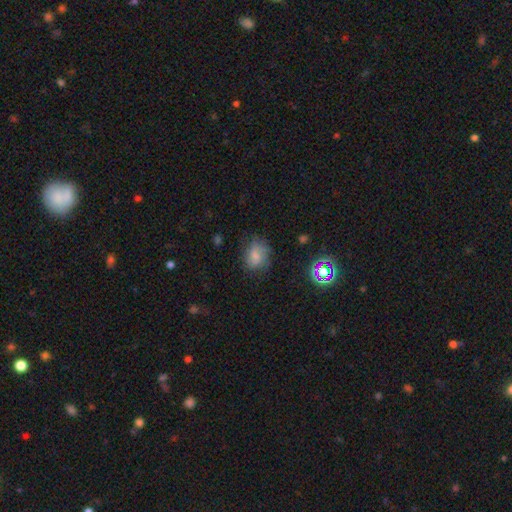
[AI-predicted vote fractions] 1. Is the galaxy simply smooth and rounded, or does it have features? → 63% smooth, 22% featured or disk, 14% star or artifact.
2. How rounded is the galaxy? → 50% in between, 49% round, 1% cigar-shaped.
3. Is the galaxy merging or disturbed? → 60% none, 25% minor disturbance, 12% major disturbance, 2% merger.